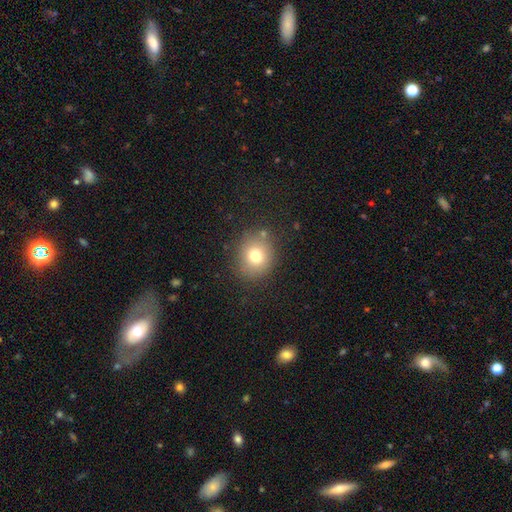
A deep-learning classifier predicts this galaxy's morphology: smooth-or-featured: smooth: 76% | star or artifact: 13% | featured or disk: 11%
  how-rounded: round: 74% | in between: 25% | cigar-shaped: 1%
  merging: none: 81% | minor disturbance: 11% | major disturbance: 4% | merger: 4%